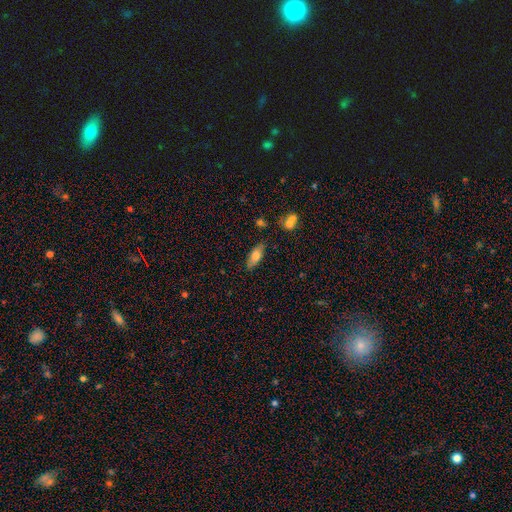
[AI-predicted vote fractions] Morphology: type=smooth (73%); roundness=in between (74%); merging=none (80%).